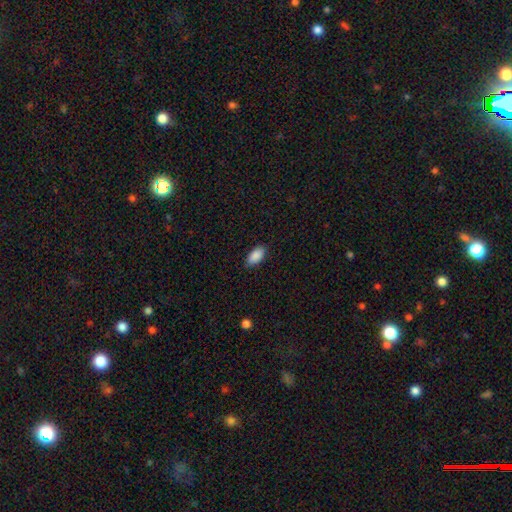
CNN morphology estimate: Smooth or featured?
  - smooth: 89% *
  - star or artifact: 7%
  - featured or disk: 4%
How rounded?
  - in between: 92% *
  - cigar-shaped: 5%
  - round: 3%
Merging?
  - none: 84% *
  - minor disturbance: 13%
  - major disturbance: 2%
  - merger: 1%